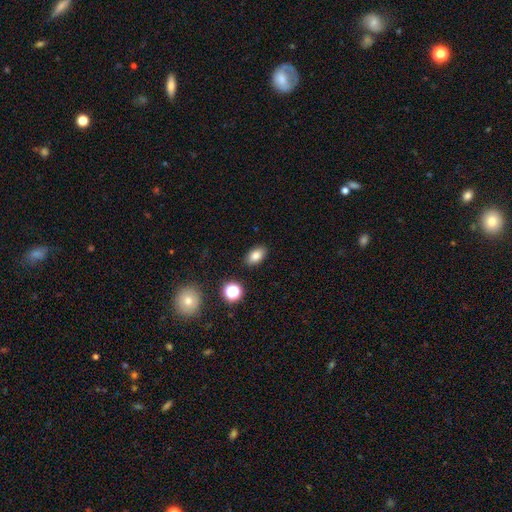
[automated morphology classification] smooth 81%, star or artifact 11%, featured or disk 8%. Down the decision tree: how rounded — in between (87%); merging — none (87%).